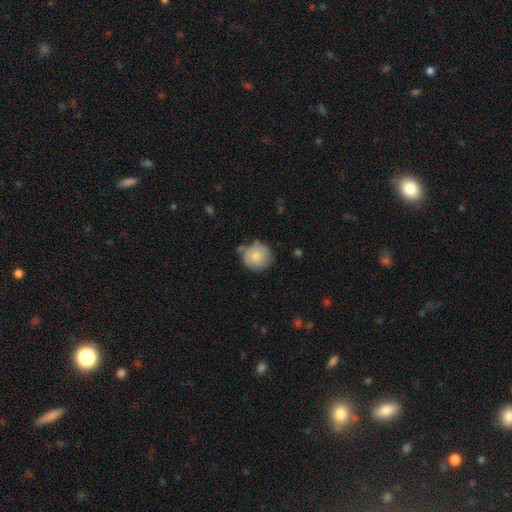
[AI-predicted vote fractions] Overall: smooth (76%). How rounded: round (92%). Merging: none (66%).